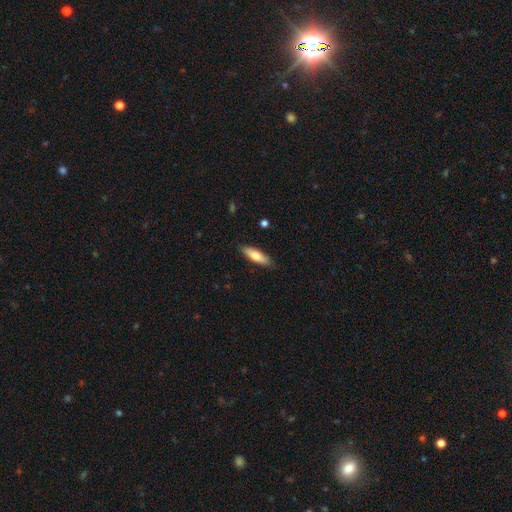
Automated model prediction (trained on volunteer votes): Overall: smooth (71%). How rounded: cigar-shaped (55%; in between 43%). Merging: none (86%).